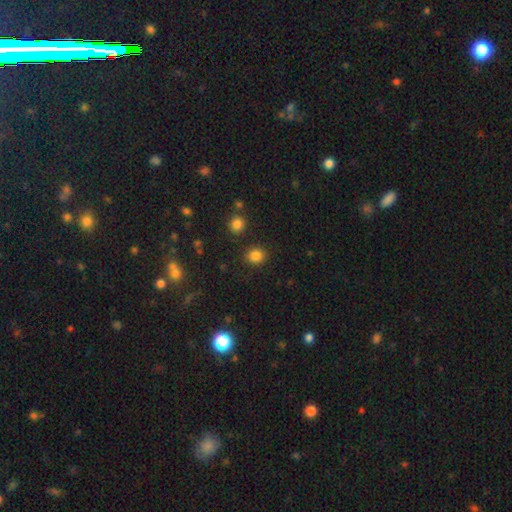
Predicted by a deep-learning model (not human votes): A smooth galaxy with no disk features (84%) that is round (82%). Merging: none (88%).